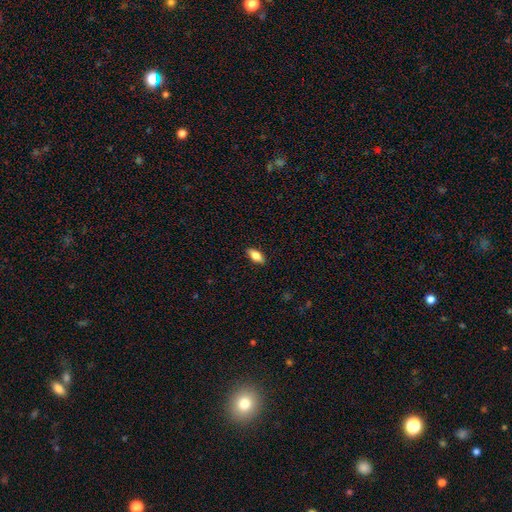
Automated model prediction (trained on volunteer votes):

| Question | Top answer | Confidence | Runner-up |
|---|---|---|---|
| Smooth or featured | smooth | 81% | featured or disk (12%) |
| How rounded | in between | 86% | cigar-shaped (12%) |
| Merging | none | 89% | minor disturbance (9%) |